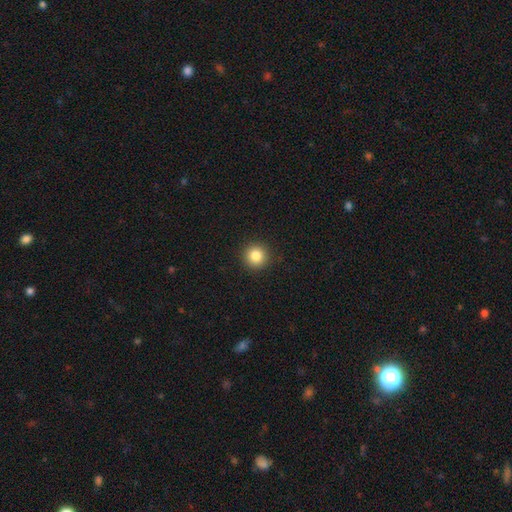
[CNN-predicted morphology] smooth 84%, star or artifact 11%, featured or disk 6%. Down the decision tree: how rounded — round (95%); merging — none (93%).